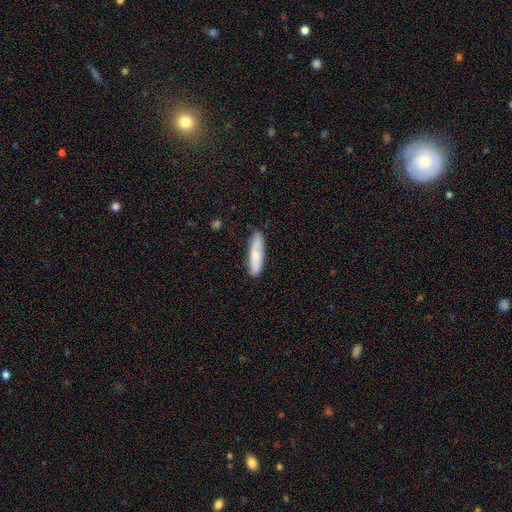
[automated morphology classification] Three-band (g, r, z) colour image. It shows a smooth galaxy with no disk features (70%) that is cigar-shaped (71%). Merging: none (83%).